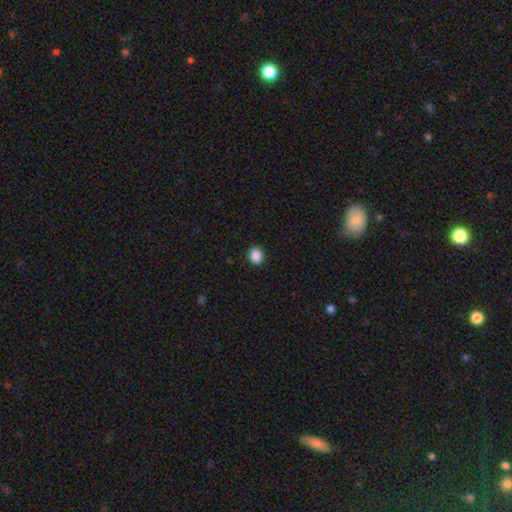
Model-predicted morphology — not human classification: Smooth or featured? Predicted: smooth (p=0.89). How rounded? Predicted: round (p=0.58). Merging? Predicted: none (p=0.91).